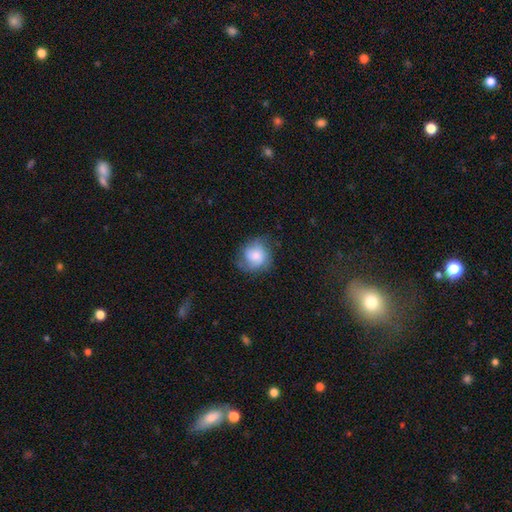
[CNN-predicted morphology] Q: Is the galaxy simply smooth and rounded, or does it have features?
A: smooth — 65%.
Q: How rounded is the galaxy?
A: round — 82%.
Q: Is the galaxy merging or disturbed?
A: none — 62%.